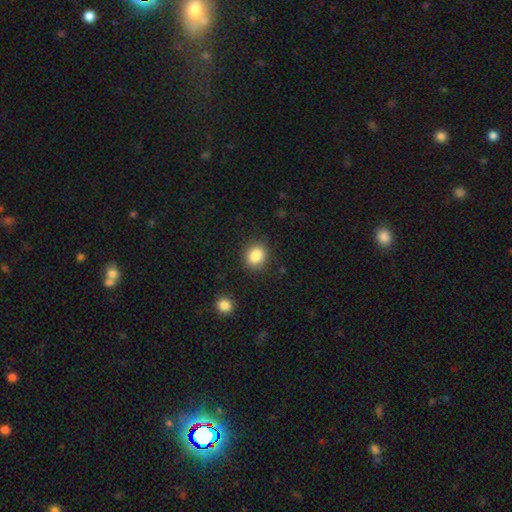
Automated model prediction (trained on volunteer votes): smooth 85%, star or artifact 10%, featured or disk 5%. Down the decision tree: how rounded — round (69%); merging — none (87%).